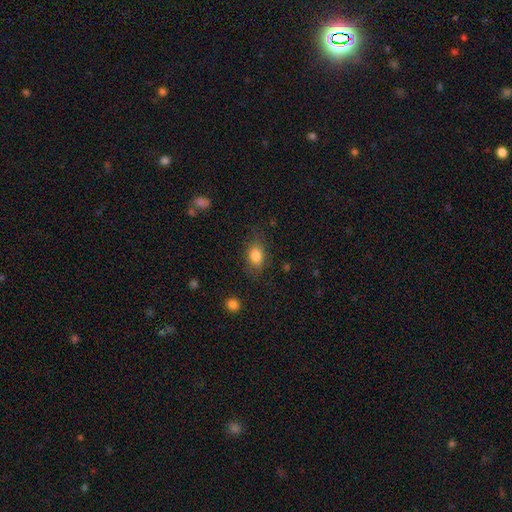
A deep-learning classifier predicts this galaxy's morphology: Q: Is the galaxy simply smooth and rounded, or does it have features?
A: smooth — 82%.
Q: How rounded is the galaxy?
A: in between — 79%.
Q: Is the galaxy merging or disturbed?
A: none — 74%.